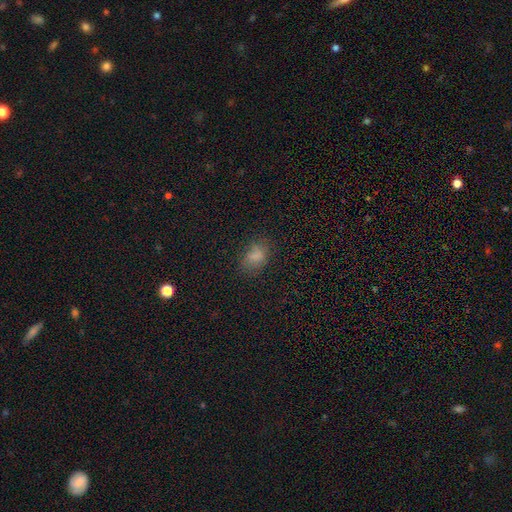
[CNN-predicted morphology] Q: Smooth or featured?
A: smooth (74%); runner-up: star or artifact (15%)
Q: How rounded?
A: in between (78%); runner-up: round (21%)
Q: Merging?
A: none (66%); runner-up: minor disturbance (23%)